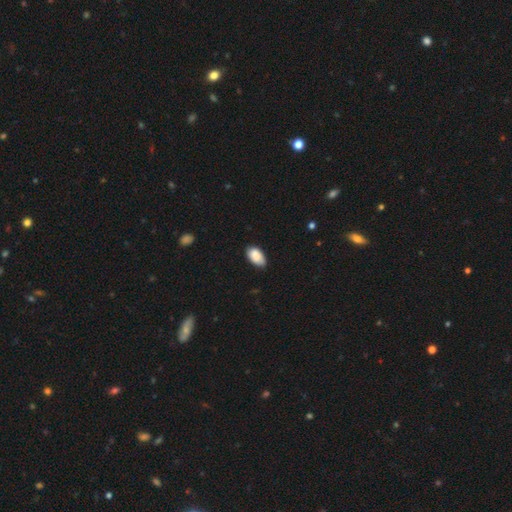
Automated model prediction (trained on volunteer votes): Smooth or featured? smooth (87%)
How rounded? in between (95%)
Merging? none (71%)